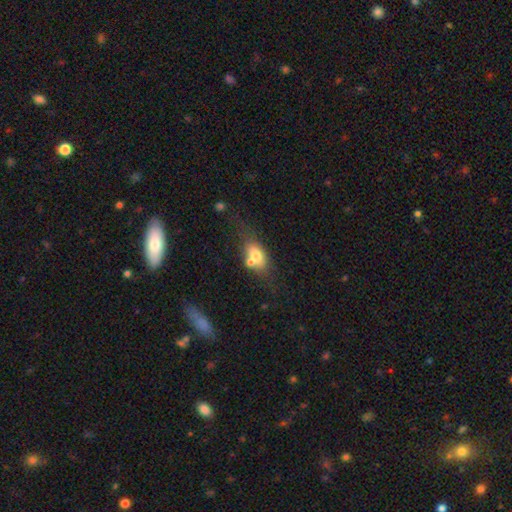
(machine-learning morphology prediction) smooth 65%, featured or disk 25%, star or artifact 9%. Down the decision tree: how rounded — in between (80%); merging — none (42%).